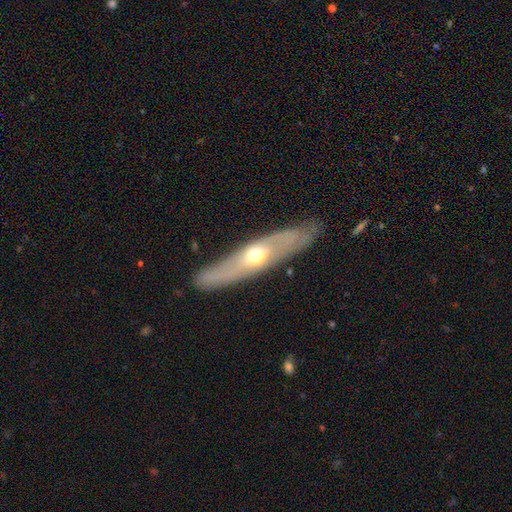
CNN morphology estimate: Smooth or featured: featured or disk — 61% (smooth — 33%)
Edge-on disk: yes — 57% (no — 43%)
Merging: none — 84% (minor disturbance — 11%)